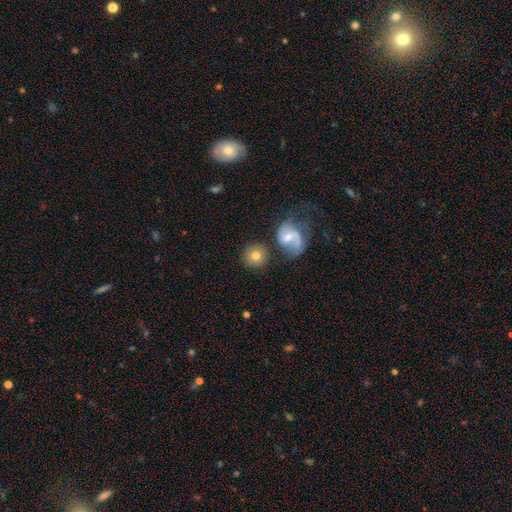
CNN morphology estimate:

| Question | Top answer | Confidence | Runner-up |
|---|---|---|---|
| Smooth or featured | smooth | 74% | featured or disk (19%) |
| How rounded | round | 90% | in between (9%) |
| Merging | none | 74% | merger (12%) |